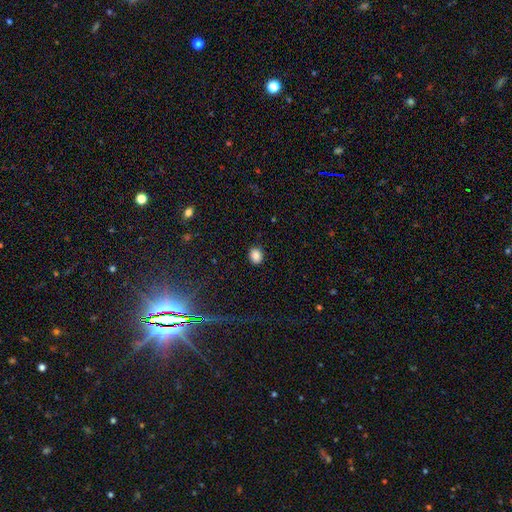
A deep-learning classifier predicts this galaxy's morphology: Q: Smooth or featured?
A: smooth (85%); runner-up: star or artifact (11%)
Q: How rounded?
A: round (51%); runner-up: in between (48%)
Q: Merging?
A: none (88%); runner-up: minor disturbance (9%)